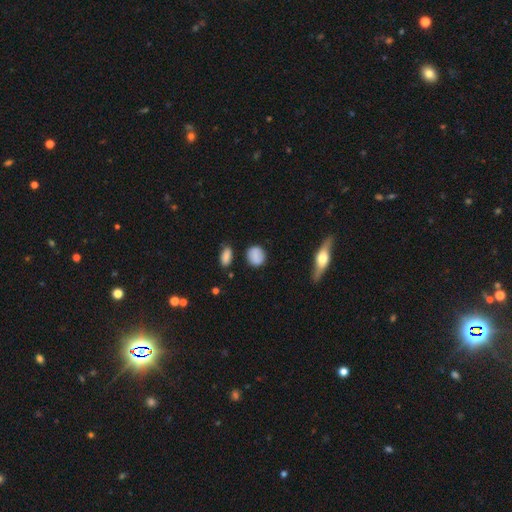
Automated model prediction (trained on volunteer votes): smooth 84%, star or artifact 8%, featured or disk 8%. Down the decision tree: how rounded — round (67%); merging — none (81%).